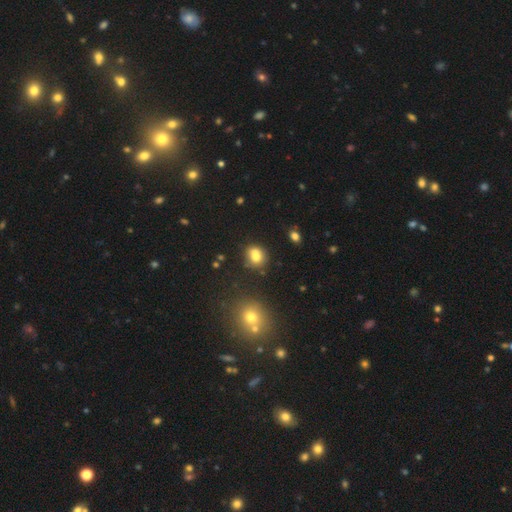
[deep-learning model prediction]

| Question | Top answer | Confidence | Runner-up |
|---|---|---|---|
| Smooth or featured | smooth | 75% | star or artifact (13%) |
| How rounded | round | 67% | in between (32%) |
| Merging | none | 58% | merger (21%) |